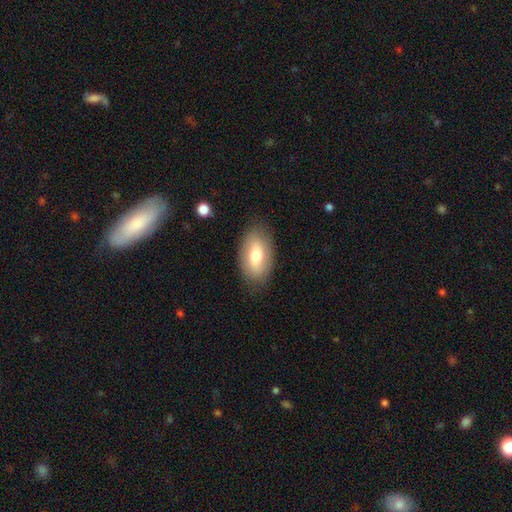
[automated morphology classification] The model was most divided on "smooth or featured": smooth: 67%, featured or disk: 26%, star or artifact: 7%. More confident: how rounded — in between (91%); merging — none (83%).